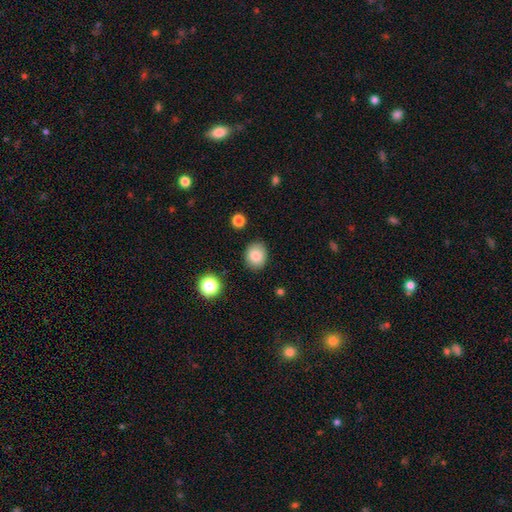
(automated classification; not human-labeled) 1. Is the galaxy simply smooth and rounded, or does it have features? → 83% smooth, 10% star or artifact, 7% featured or disk.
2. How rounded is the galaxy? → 63% round, 36% in between, 1% cigar-shaped.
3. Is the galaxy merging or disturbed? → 86% none, 10% minor disturbance, 2% major disturbance, 2% merger.